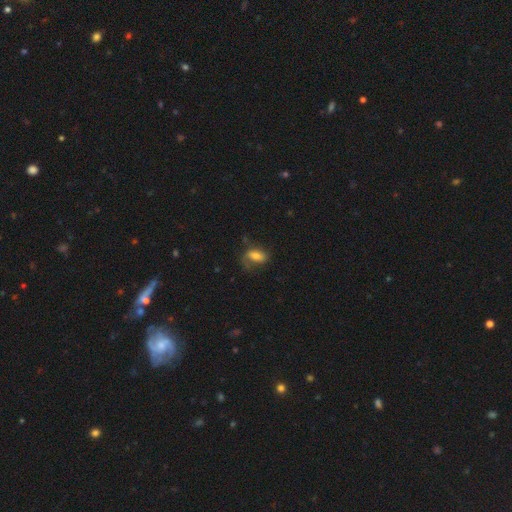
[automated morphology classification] Smooth or featured: smooth — 61% (featured or disk — 29%)
How rounded: in between — 85% (round — 8%)
Merging: none — 49% (minor disturbance — 26%)